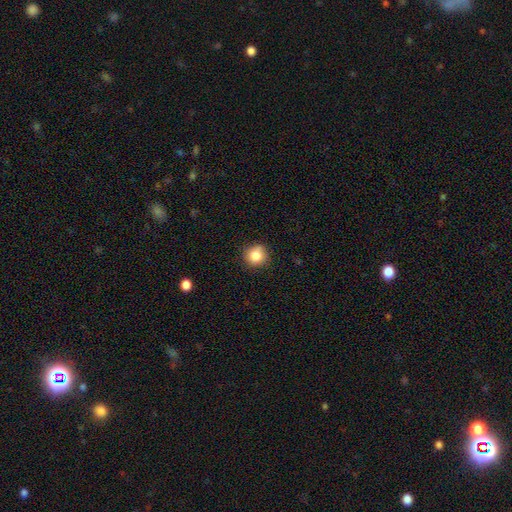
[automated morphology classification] Smooth or featured?
  - smooth: 84% *
  - star or artifact: 10%
  - featured or disk: 6%
How rounded?
  - round: 91% *
  - in between: 8%
  - cigar-shaped: 1%
Merging?
  - none: 85% *
  - minor disturbance: 11%
  - major disturbance: 2%
  - merger: 1%